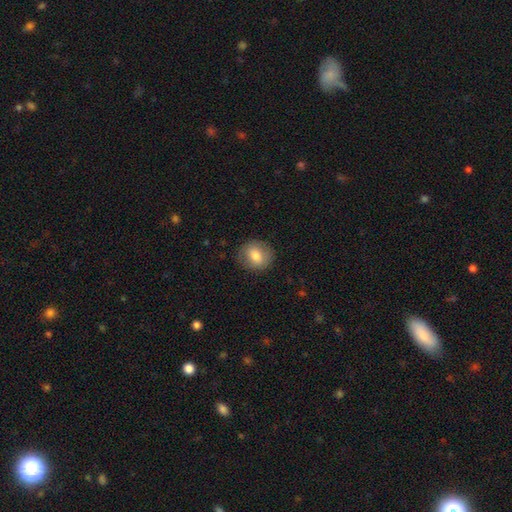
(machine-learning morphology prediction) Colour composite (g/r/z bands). It shows a smooth galaxy with no disk features (76%) that is round (74%). Merging: none (85%).